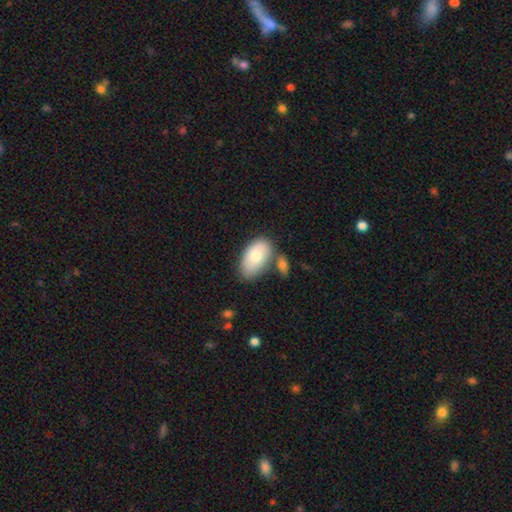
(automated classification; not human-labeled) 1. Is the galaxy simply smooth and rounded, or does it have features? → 75% smooth, 20% featured or disk, 6% star or artifact.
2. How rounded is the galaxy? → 94% in between, 5% round, 2% cigar-shaped.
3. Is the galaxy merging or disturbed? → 56% none, 20% minor disturbance, 19% merger, 5% major disturbance.